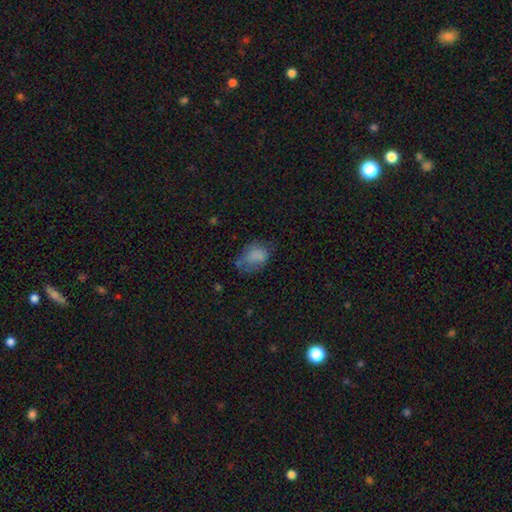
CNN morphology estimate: smooth_or_featured: smooth (p=0.75) [alt: featured or disk p=0.14]
how_rounded: in between (p=0.76) [alt: round p=0.23]
merging: none (p=0.47) [alt: minor disturbance p=0.31]